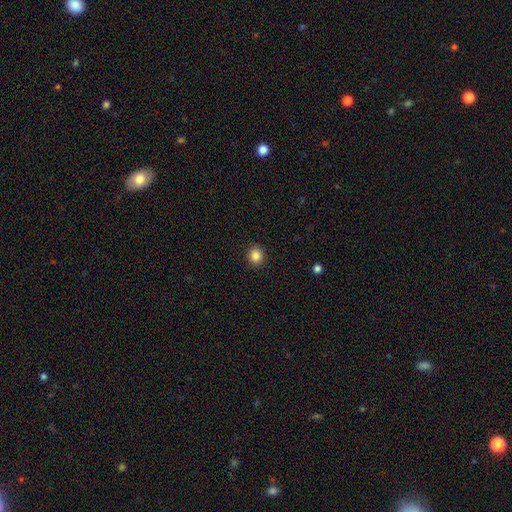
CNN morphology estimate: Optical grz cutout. It shows a smooth galaxy with no disk features (85%) that is round (79%). Merging: none (92%).